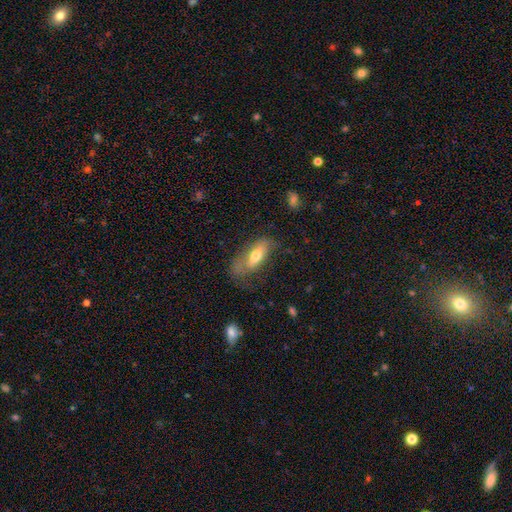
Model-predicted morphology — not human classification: smooth-or-featured: smooth: 60% | featured or disk: 33% | star or artifact: 7%
  how-rounded: in between: 72% | cigar-shaped: 25% | round: 3%
  merging: none: 47% | minor disturbance: 27% | major disturbance: 22% | merger: 3%